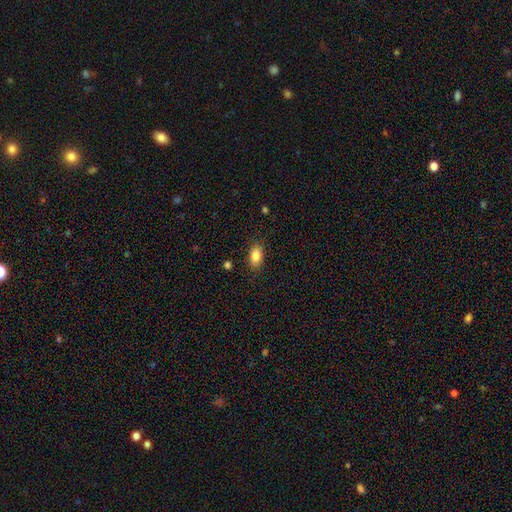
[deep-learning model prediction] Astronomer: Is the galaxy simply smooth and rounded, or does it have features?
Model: smooth — 85%.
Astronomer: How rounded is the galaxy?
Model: in between — 89%.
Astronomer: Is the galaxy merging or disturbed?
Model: none — 86%.